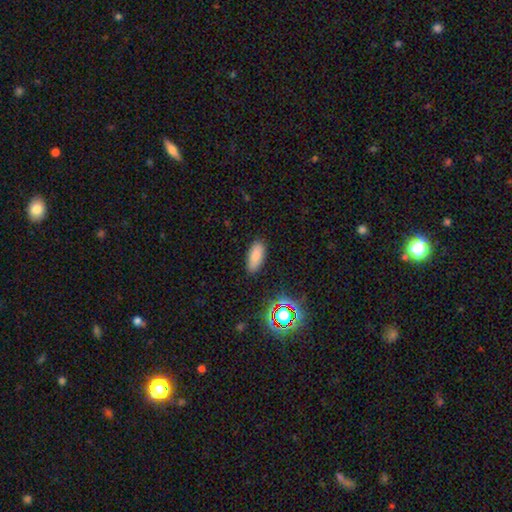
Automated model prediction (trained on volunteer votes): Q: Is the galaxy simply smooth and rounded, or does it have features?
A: smooth — 83%.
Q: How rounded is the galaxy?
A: in between — 85%.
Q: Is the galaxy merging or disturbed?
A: none — 87%.